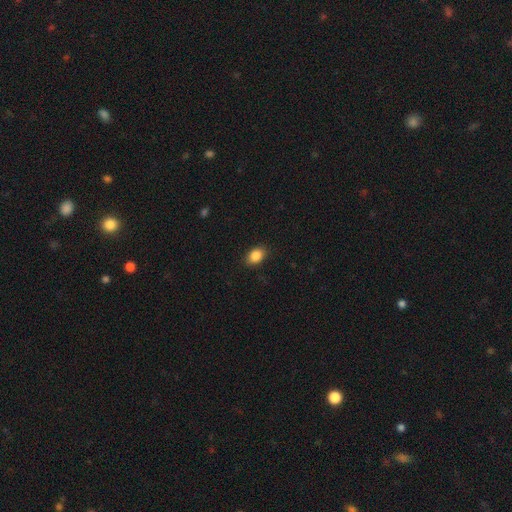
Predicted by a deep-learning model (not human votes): Smooth or featured?
  - smooth: 87% *
  - star or artifact: 9%
  - featured or disk: 4%
How rounded?
  - in between: 79% *
  - round: 20%
  - cigar-shaped: 1%
Merging?
  - none: 88% *
  - minor disturbance: 9%
  - major disturbance: 2%
  - merger: 1%